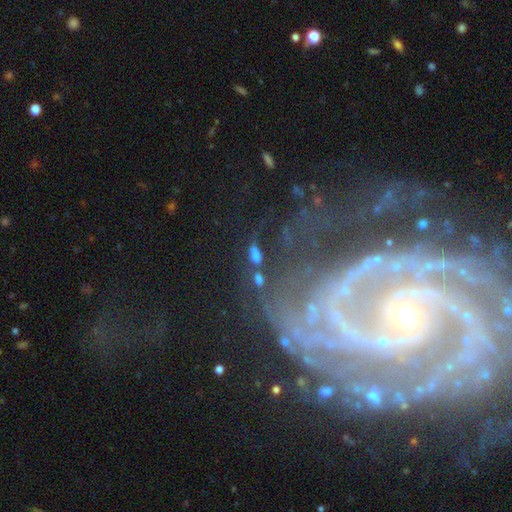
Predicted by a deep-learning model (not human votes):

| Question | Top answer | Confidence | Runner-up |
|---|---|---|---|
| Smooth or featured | smooth | 61% | featured or disk (23%) |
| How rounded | in between | 80% | round (11%) |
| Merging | none | 46% | merger (21%) |